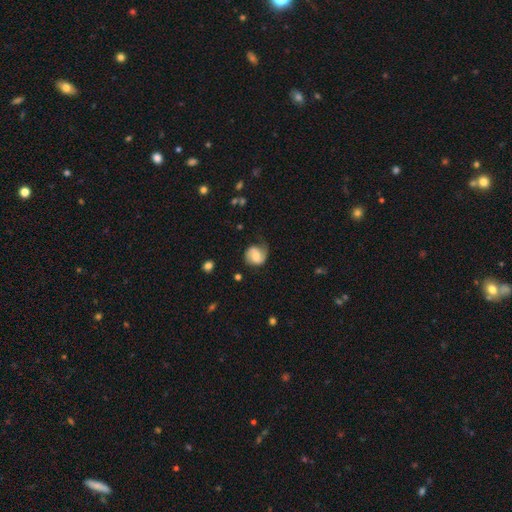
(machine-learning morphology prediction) A featured or disk galaxy (66%) with no bar (48%), 2 (81%) medium (45%) spiral arms (93%) and a moderate central bulge (48%). Merging: none (65%).